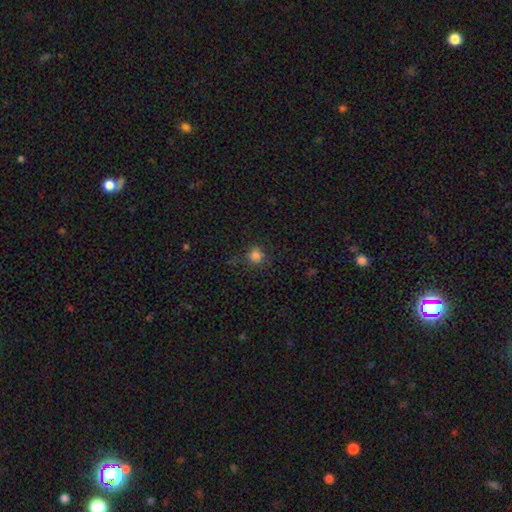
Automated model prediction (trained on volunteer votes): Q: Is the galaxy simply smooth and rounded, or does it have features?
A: smooth — 83%.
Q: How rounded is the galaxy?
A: round — 92%.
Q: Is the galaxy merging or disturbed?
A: none — 84%.